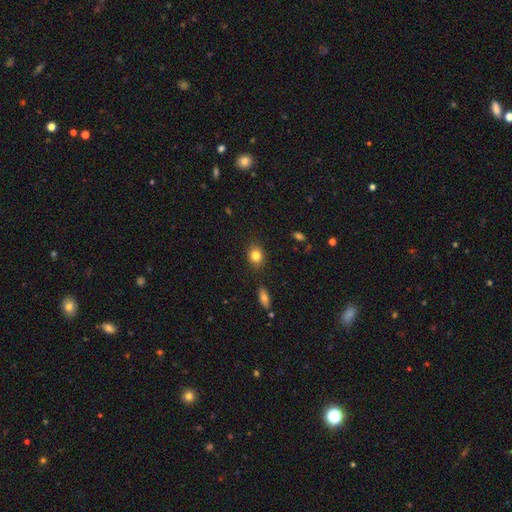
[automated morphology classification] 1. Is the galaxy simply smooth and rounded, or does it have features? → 83% smooth, 10% star or artifact, 7% featured or disk.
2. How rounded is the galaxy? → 53% round, 46% in between, 1% cigar-shaped.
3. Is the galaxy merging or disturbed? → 86% none, 10% minor disturbance, 2% major disturbance, 2% merger.